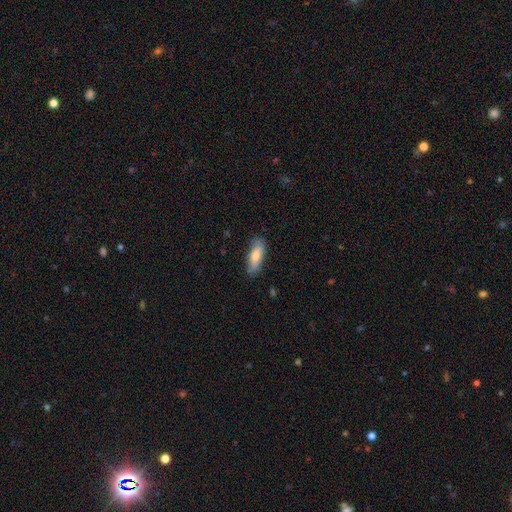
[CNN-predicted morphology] Smooth or featured? Predicted: smooth (p=0.78). How rounded? Predicted: in between (p=0.64). Merging? Predicted: none (p=0.81).